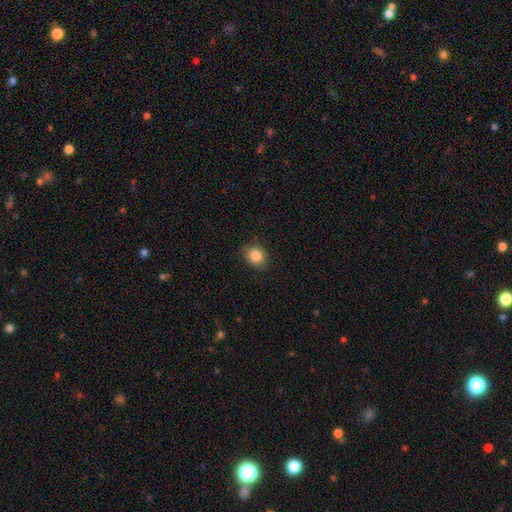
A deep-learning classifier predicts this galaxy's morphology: Smooth or featured?
  - smooth: 87% *
  - star or artifact: 9%
  - featured or disk: 4%
How rounded?
  - round: 63% *
  - in between: 36%
  - cigar-shaped: 1%
Merging?
  - none: 83% *
  - minor disturbance: 13%
  - major disturbance: 3%
  - merger: 1%